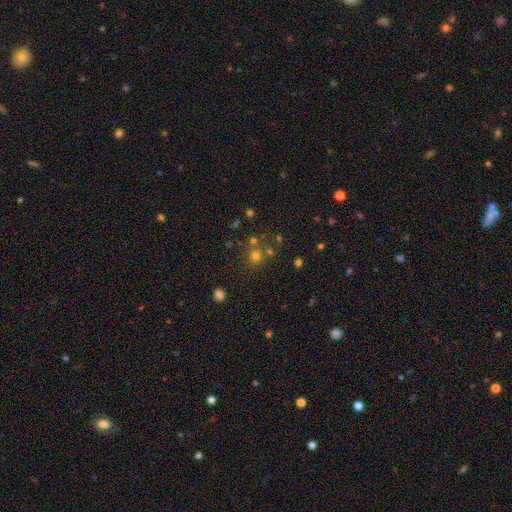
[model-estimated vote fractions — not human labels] A smooth galaxy with no disk features (65%) that is round (90%).

Vote fractions:
- Smooth or featured? smooth: 65% / star or artifact: 24% / featured or disk: 10%
- How rounded? round: 90% / in between: 9% / cigar-shaped: 1%
- Merging? none: 66% / merger: 21% / minor disturbance: 9% / major disturbance: 4%